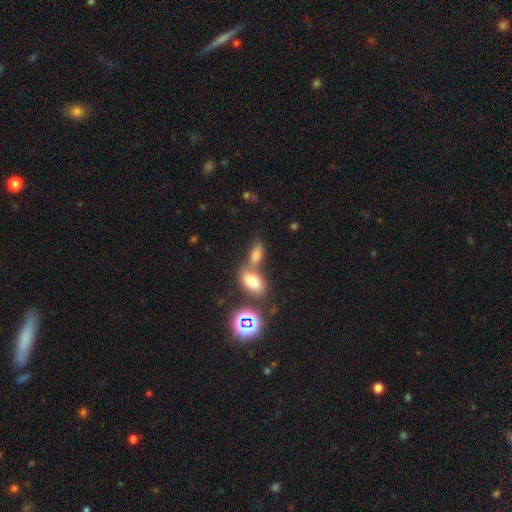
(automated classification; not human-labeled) Overall: smooth (70%). How rounded: in between (85%). Merging: merger (47%; none 39%).